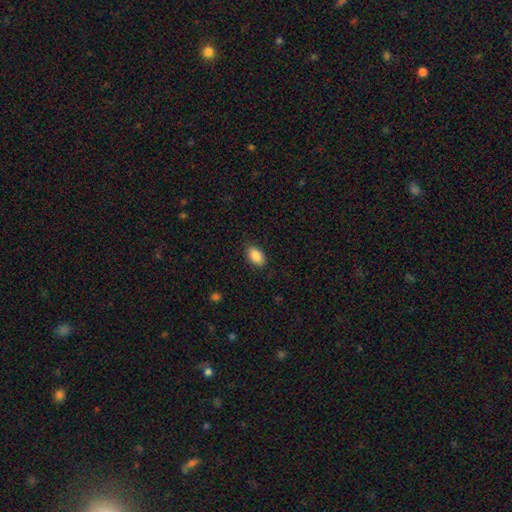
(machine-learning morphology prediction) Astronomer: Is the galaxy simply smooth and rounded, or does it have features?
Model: smooth — 89%.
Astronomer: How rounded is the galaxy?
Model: in between — 91%.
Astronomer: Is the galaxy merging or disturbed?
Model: none — 87%.